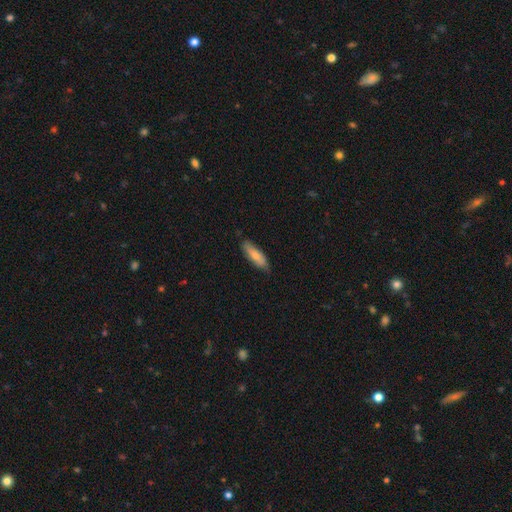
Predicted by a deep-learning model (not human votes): Smooth or featured? Predicted: smooth (p=0.76). How rounded? Predicted: cigar-shaped (p=0.56). Merging? Predicted: none (p=0.78).